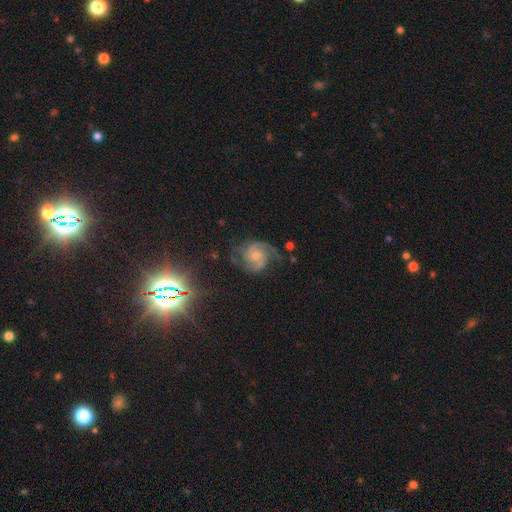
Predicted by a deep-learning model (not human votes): featured or disk 82%, smooth 10%, star or artifact 8%. Down the decision tree: edge-on disk — no (98%); bar — no (63%); spiral arms — yes (96%); spiral arm count — 2 (65%); spiral winding — medium (50%); bulge size — small (49%); merging — none (60%).